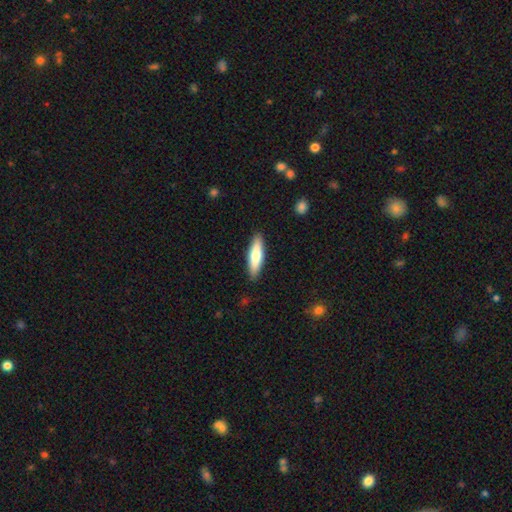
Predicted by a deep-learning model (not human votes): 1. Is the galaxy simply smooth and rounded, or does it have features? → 66% smooth, 29% featured or disk, 5% star or artifact.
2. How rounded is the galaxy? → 65% cigar-shaped, 33% in between, 2% round.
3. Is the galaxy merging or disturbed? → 89% none, 8% minor disturbance, 2% major disturbance, 1% merger.